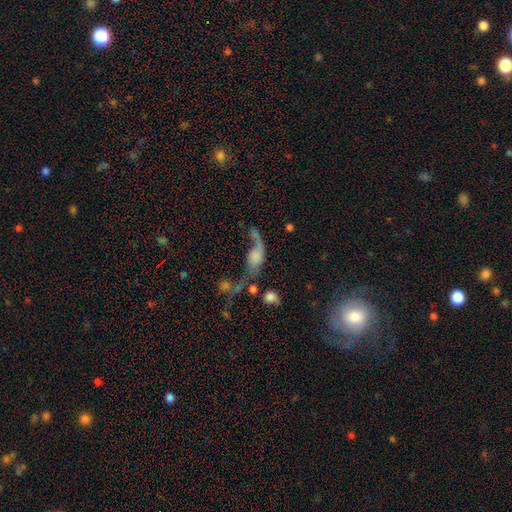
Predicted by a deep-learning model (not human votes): The model was most divided on "smooth or featured": smooth: 46%, featured or disk: 40%, star or artifact: 14%. Remaining: merging — major disturbance (39%).